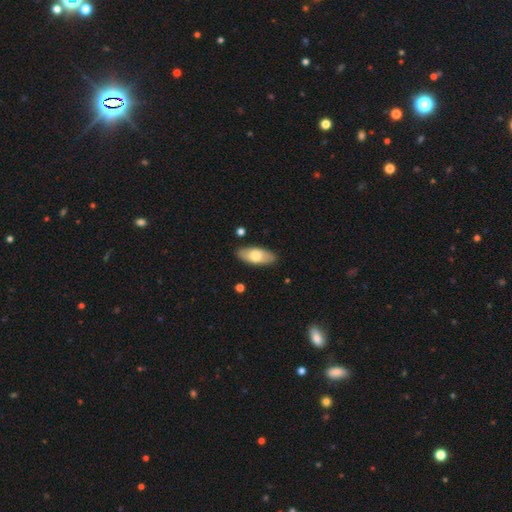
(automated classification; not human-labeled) smooth_or_featured: smooth (p=0.71) [alt: featured or disk p=0.23]
how_rounded: in between (p=0.85) [alt: cigar-shaped p=0.13]
merging: none (p=0.87) [alt: minor disturbance p=0.10]